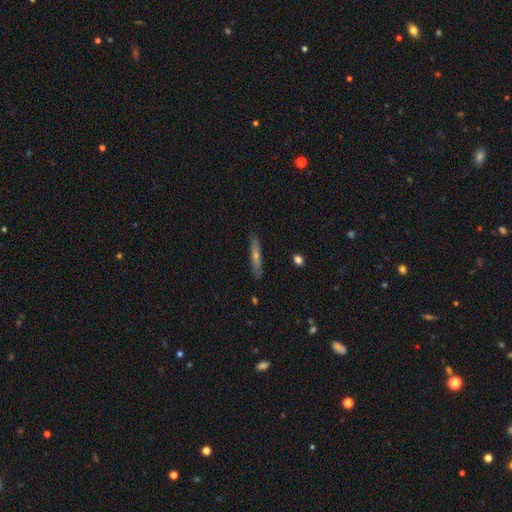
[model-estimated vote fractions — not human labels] Smooth or featured: featured or disk — 54% (smooth — 38%)
Edge-on disk: yes — 90% (no — 10%)
Merging: none — 88% (minor disturbance — 9%)